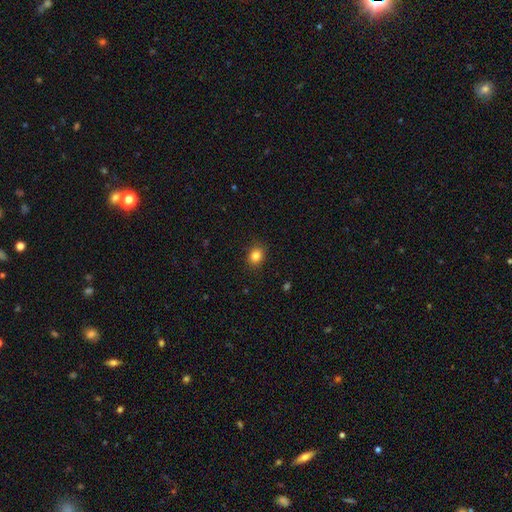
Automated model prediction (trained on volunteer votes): Morphology: type=smooth (84%); roundness=round (57%); merging=none (88%).